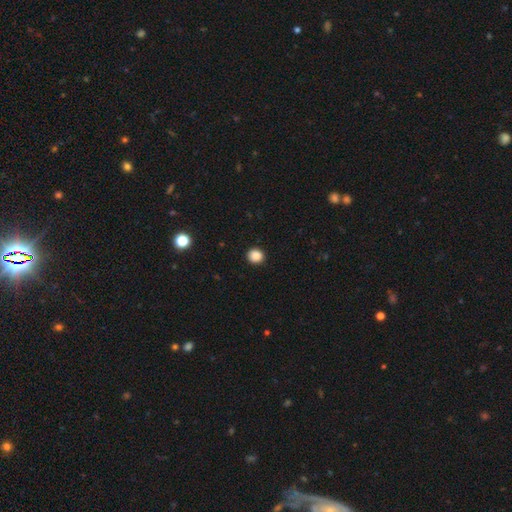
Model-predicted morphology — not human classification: type=smooth (87%); roundness=round (85%); merging=none (92%).